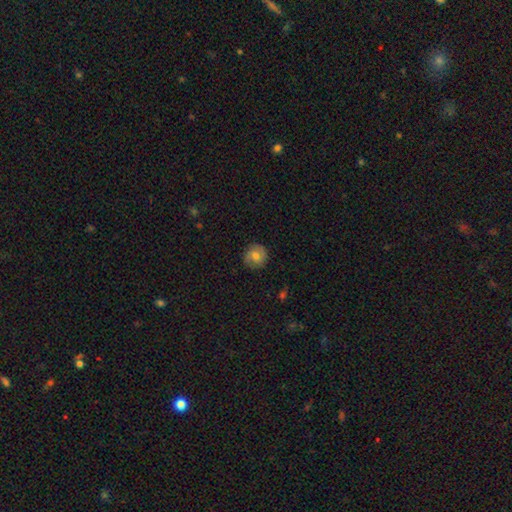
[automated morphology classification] This appears to be a smooth galaxy with no disk features (63%) that is round (90%). Merging: none (84%).